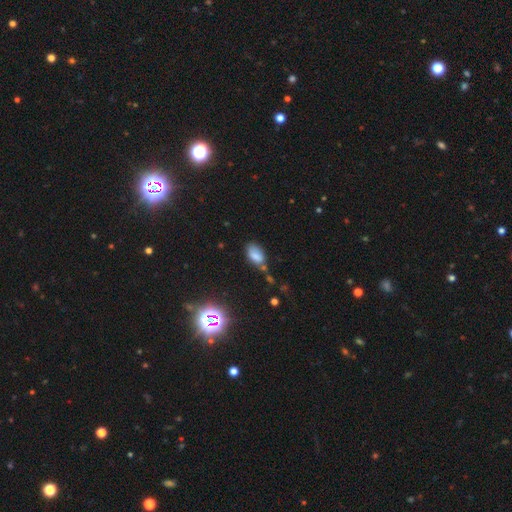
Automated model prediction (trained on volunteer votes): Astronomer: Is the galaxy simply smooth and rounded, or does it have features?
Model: smooth — 77%.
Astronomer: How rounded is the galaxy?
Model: in between — 92%.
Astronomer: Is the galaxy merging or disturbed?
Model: none — 55%.